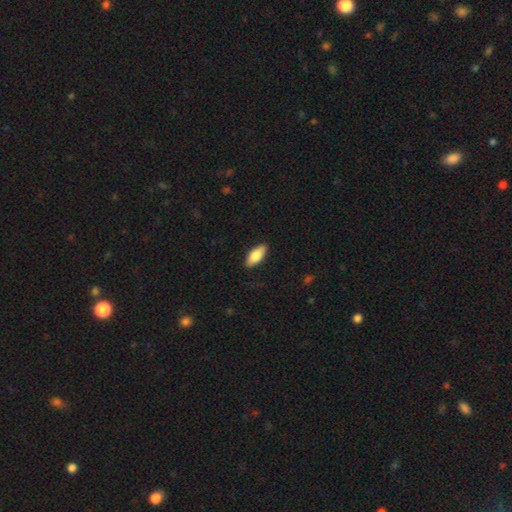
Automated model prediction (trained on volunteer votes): Smooth or featured?
  - smooth: 78% *
  - featured or disk: 16%
  - star or artifact: 6%
How rounded?
  - in between: 81% *
  - cigar-shaped: 17%
  - round: 2%
Merging?
  - none: 89% *
  - minor disturbance: 9%
  - major disturbance: 2%
  - merger: 1%